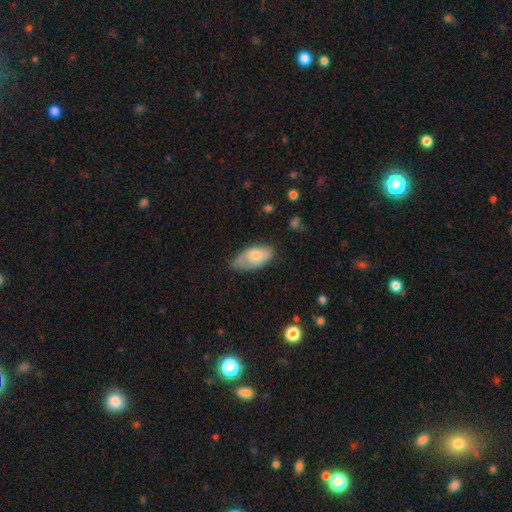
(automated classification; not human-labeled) Smooth or featured? Predicted: smooth (p=0.74). How rounded? Predicted: in between (p=0.92). Merging? Predicted: none (p=0.51).